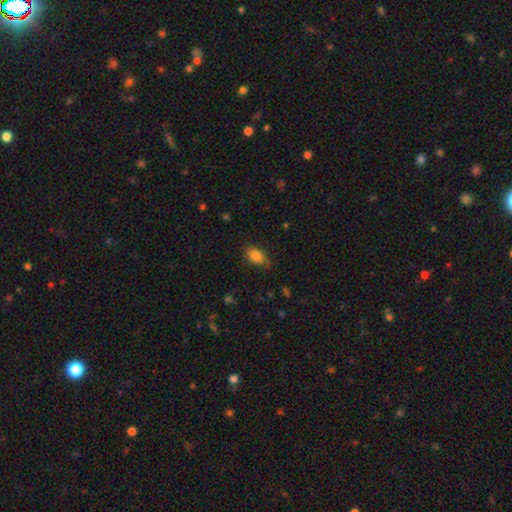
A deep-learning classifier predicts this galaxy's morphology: A smooth galaxy with no disk features (83%) that is in between round and cigar-shaped (88%).

Vote fractions:
- Smooth or featured? smooth: 83% / star or artifact: 9% / featured or disk: 9%
- How rounded? in between: 88% / round: 10% / cigar-shaped: 3%
- Merging? none: 67% / minor disturbance: 25% / major disturbance: 6% / merger: 1%